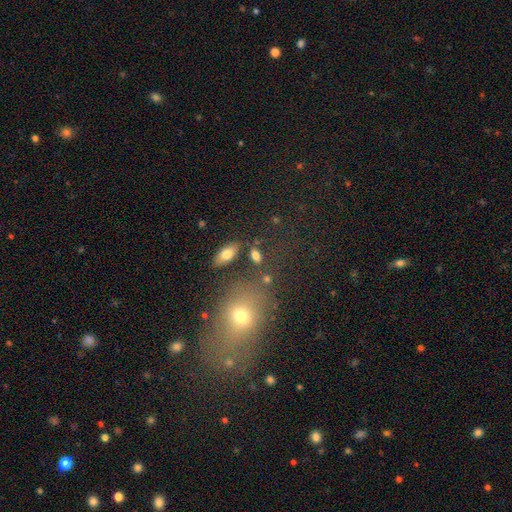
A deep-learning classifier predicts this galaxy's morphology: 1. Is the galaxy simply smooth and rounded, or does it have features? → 77% smooth, 11% featured or disk, 11% star or artifact.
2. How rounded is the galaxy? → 80% in between, 13% round, 7% cigar-shaped.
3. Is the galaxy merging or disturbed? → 73% none, 12% minor disturbance, 10% merger, 5% major disturbance.